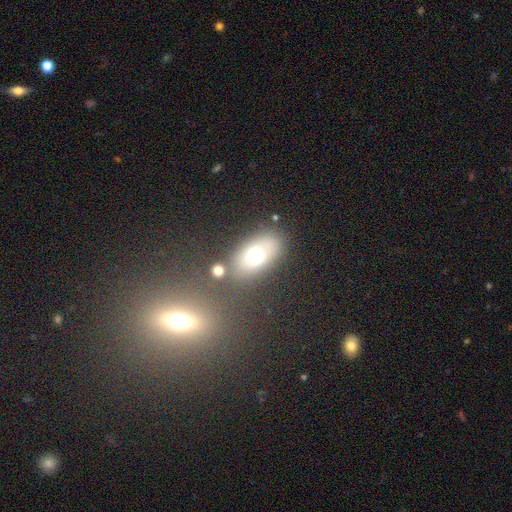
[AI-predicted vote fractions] Q: Smooth or featured?
A: smooth (66%); runner-up: featured or disk (20%)
Q: How rounded?
A: in between (79%); runner-up: round (18%)
Q: Merging?
A: none (73%); runner-up: minor disturbance (12%)